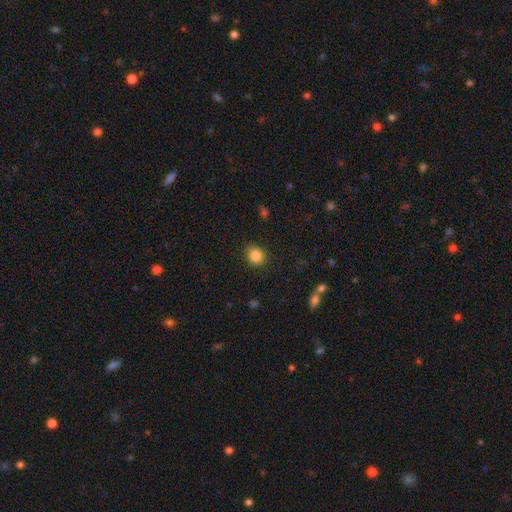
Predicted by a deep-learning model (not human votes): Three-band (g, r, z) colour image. It shows a smooth galaxy with no disk features (86%) that is round (72%). Merging: none (85%).